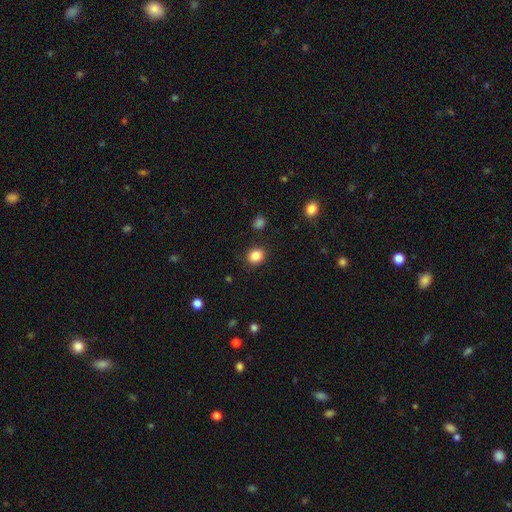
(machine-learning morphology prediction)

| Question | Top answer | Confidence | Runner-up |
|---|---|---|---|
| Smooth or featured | smooth | 86% | star or artifact (10%) |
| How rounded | round | 71% | in between (28%) |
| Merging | none | 88% | minor disturbance (8%) |